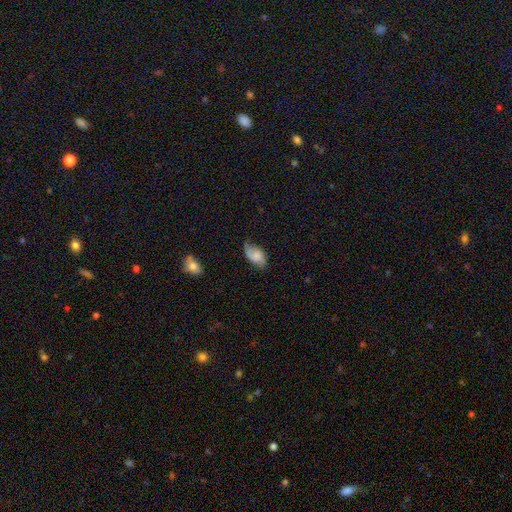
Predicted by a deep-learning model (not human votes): The model was most divided on "merging": none: 50%, minor disturbance: 34%, major disturbance: 13%, merger: 2%. More confident: how rounded — in between (91%); smooth or featured — smooth (54%).